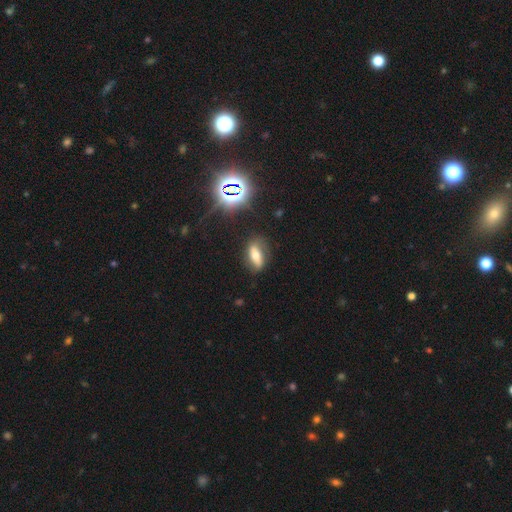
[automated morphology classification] Smooth or featured: smooth — 51% (featured or disk — 33%)
How rounded: in between — 71% (cigar-shaped — 23%)
Merging: none — 70% (minor disturbance — 21%)